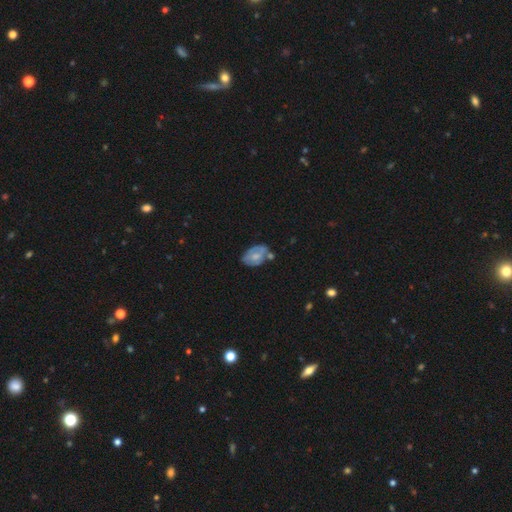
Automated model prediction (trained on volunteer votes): A featured or disk galaxy (48%). Merging: none (45%).